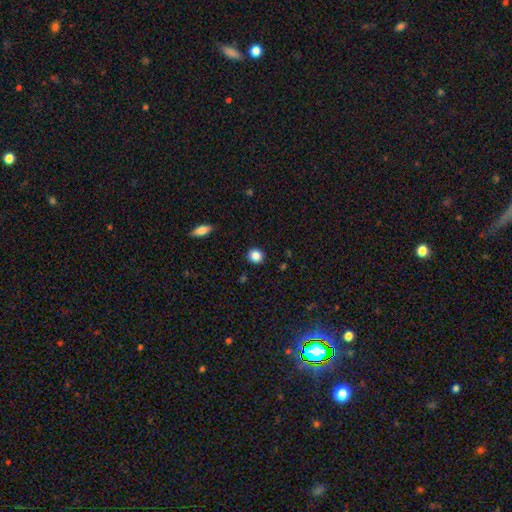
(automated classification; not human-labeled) This is clearly a smooth galaxy (86%). How rounded: clearly round (87%). Merging: clearly none (91%).